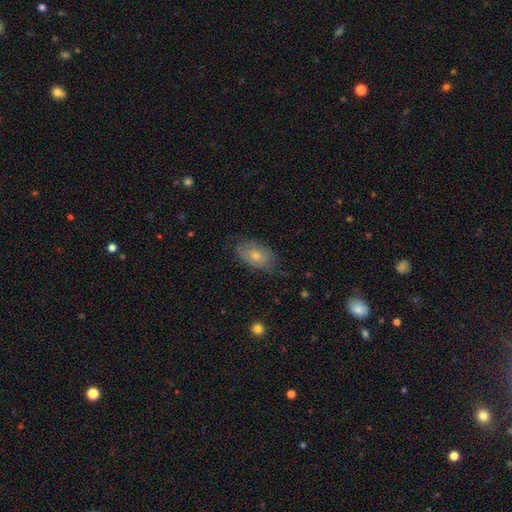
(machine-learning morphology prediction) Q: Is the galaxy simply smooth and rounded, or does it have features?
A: smooth — 54%.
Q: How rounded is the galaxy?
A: in between — 88%.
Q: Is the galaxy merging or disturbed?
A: none — 74%.